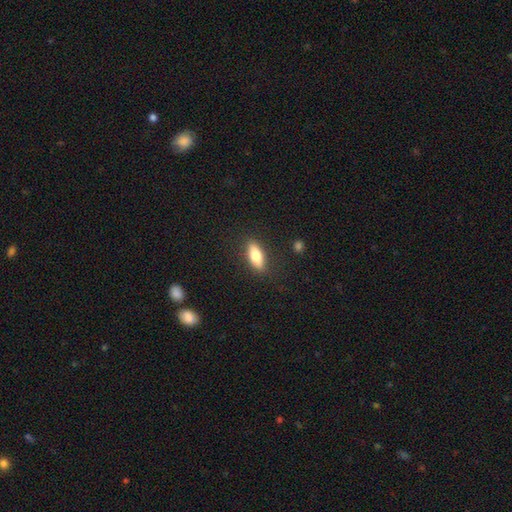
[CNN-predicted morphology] smooth 76%, featured or disk 18%, star or artifact 6%. Down the decision tree: how rounded — in between (72%); merging — none (86%).